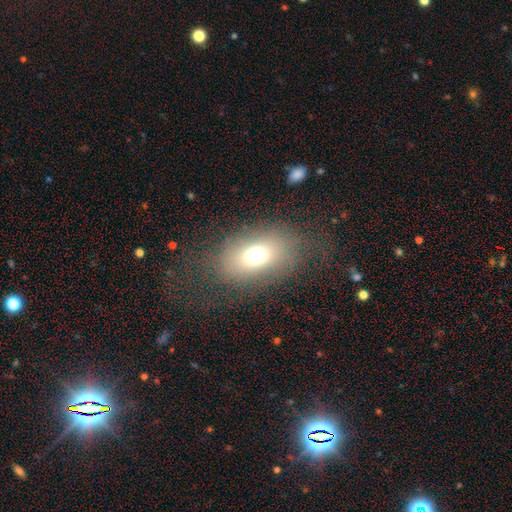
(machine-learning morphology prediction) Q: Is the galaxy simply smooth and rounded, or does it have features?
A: smooth — 68%.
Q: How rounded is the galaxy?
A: in between — 76%.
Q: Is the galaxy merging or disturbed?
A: none — 70%.